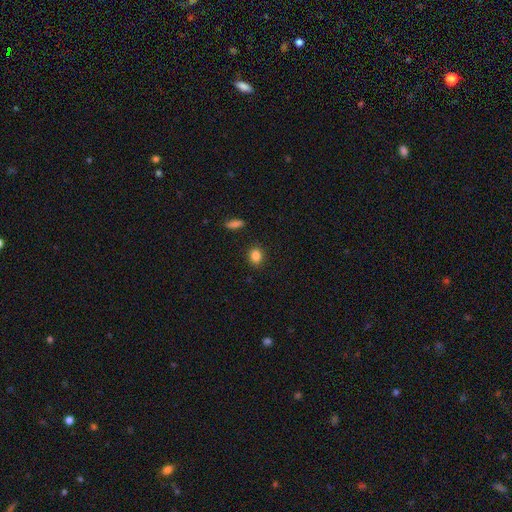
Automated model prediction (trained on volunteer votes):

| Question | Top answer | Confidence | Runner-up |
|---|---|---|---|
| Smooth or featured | smooth | 86% | star or artifact (10%) |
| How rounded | in between | 53% | round (46%) |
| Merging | none | 88% | minor disturbance (8%) |